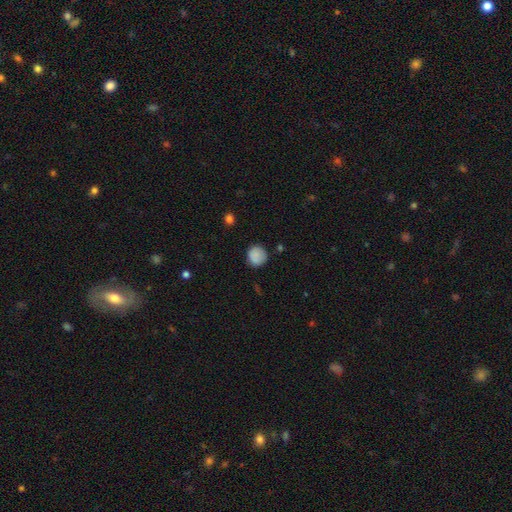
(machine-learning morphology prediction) The model was most divided on "merging": none: 81%, minor disturbance: 14%, major disturbance: 3%, merger: 2%. More confident: how rounded — round (90%); smooth or featured — smooth (85%).